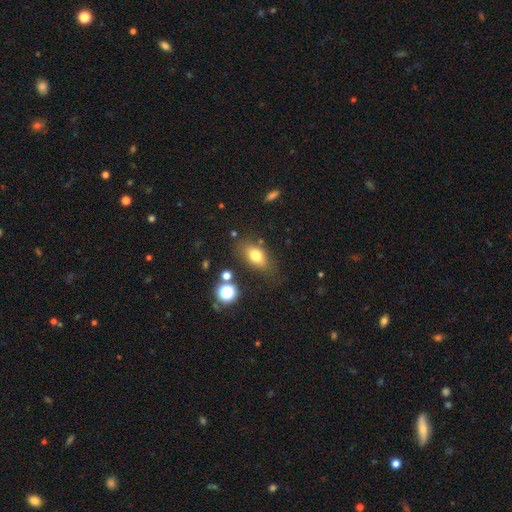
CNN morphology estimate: A smooth galaxy with no disk features (74%) that is in between round and cigar-shaped (80%). Merging: none (74%).